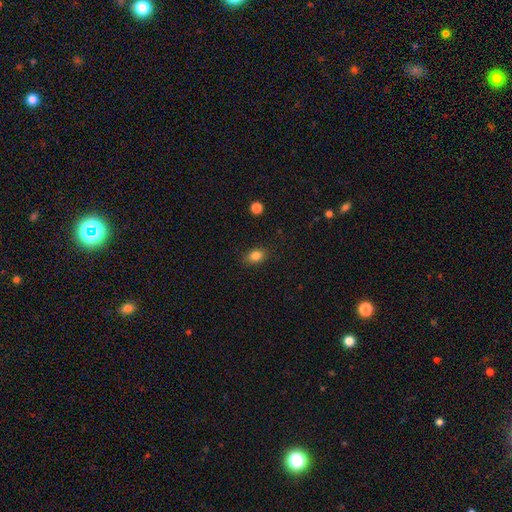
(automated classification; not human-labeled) smooth-or-featured: smooth: 84% | star or artifact: 10% | featured or disk: 6%
  how-rounded: in between: 69% | round: 29% | cigar-shaped: 1%
  merging: none: 84% | minor disturbance: 12% | major disturbance: 3% | merger: 1%